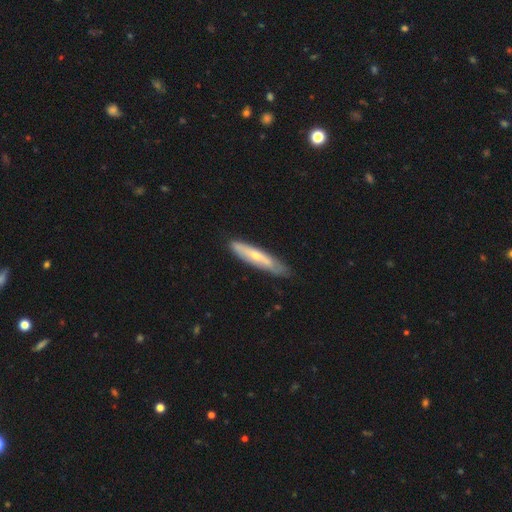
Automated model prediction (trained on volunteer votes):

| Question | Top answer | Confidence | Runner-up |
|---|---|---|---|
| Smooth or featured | featured or disk | 52% | smooth (42%) |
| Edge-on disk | yes | 63% | no (37%) |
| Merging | none | 78% | minor disturbance (18%) |